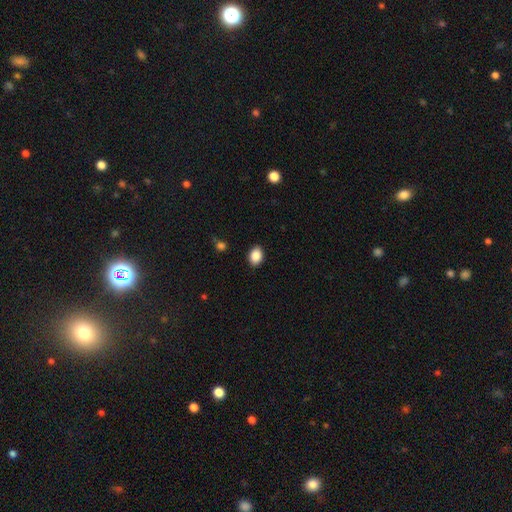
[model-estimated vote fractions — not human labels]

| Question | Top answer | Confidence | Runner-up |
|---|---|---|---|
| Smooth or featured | smooth | 88% | star or artifact (8%) |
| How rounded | in between | 73% | round (26%) |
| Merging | none | 88% | minor disturbance (8%) |